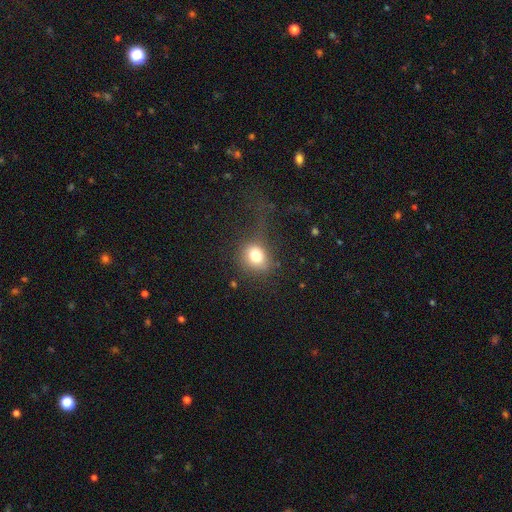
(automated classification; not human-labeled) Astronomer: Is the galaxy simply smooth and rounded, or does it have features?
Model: smooth — 78%.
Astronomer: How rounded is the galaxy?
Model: round — 64%.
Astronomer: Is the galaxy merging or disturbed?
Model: none — 60%.